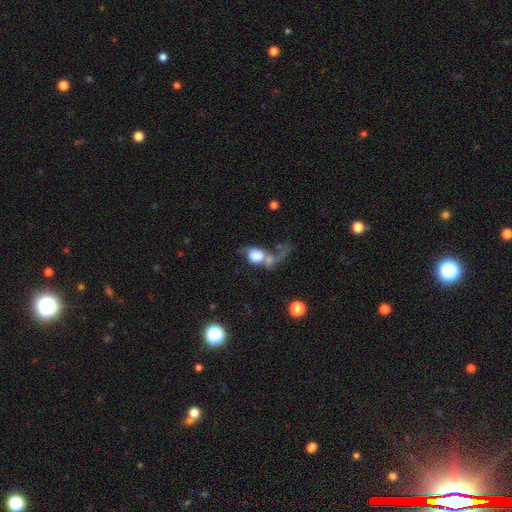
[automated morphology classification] Smooth or featured? Predicted: smooth (p=0.61). How rounded? Predicted: round (p=0.54). Merging? Predicted: merger (p=0.41).